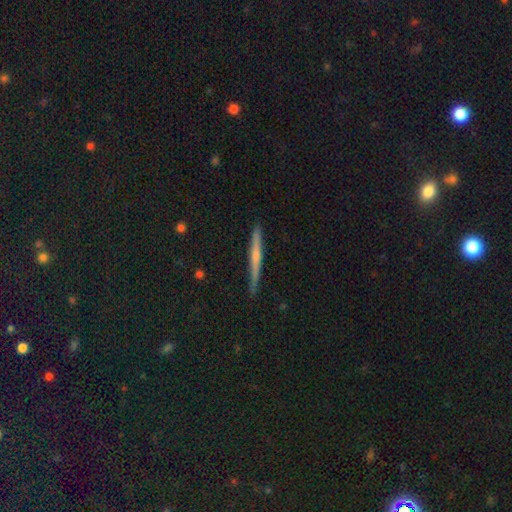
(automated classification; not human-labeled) Smooth or featured?
  - featured or disk: 56% *
  - smooth: 37%
  - star or artifact: 7%
Edge-on disk?
  - yes: 97% *
  - no: 3%
Edge-on bulge?
  - rounded: 46% * (tied)
  - none: 46% * (tied)
  - boxy: 8%
Merging?
  - none: 88% *
  - minor disturbance: 10%
  - major disturbance: 2%
  - merger: 1%